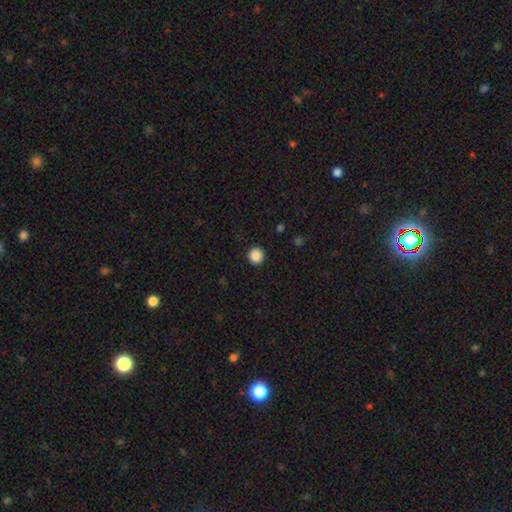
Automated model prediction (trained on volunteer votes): A smooth galaxy with no disk features (88%) that is round (95%).

Vote fractions:
- Smooth or featured? smooth: 88% / star or artifact: 10% / featured or disk: 2%
- How rounded? round: 95% / in between: 4% / cigar-shaped: 1%
- Merging? none: 93% / minor disturbance: 5% / major disturbance: 2% / merger: 1%